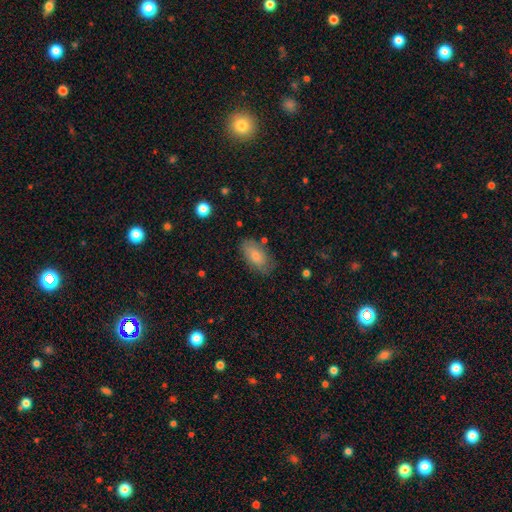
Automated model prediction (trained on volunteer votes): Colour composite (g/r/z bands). It shows a smooth galaxy with no disk features (74%) that is in between round and cigar-shaped (92%). Merging: none (74%).